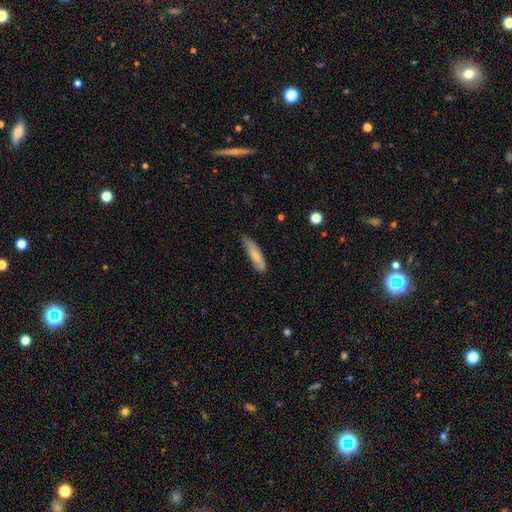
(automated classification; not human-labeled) This appears to be a smooth galaxy with no disk features (77%) that is cigar-shaped (74%). Merging: none (67%).